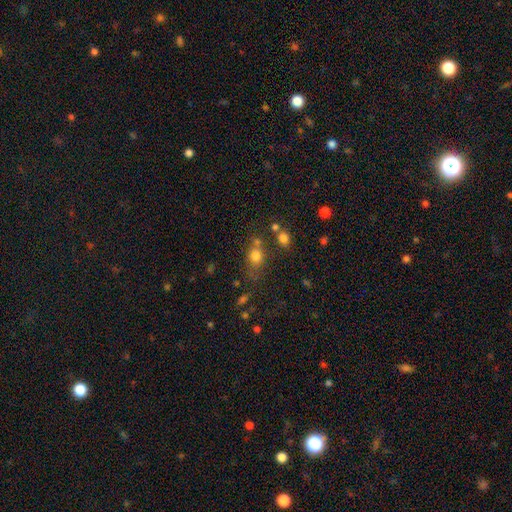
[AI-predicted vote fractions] This appears to be a smooth galaxy with no disk features (75%) that is round (49%, tied with in between). Merging: none (51%).